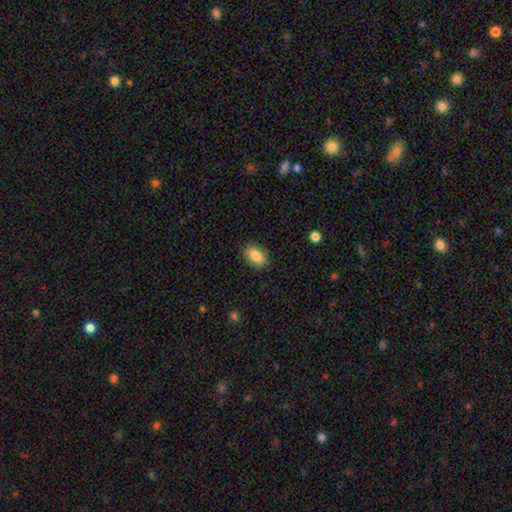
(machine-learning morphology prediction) Smooth or featured? Predicted: smooth (p=0.85). How rounded? Predicted: in between (p=0.88). Merging? Predicted: none (p=0.87).